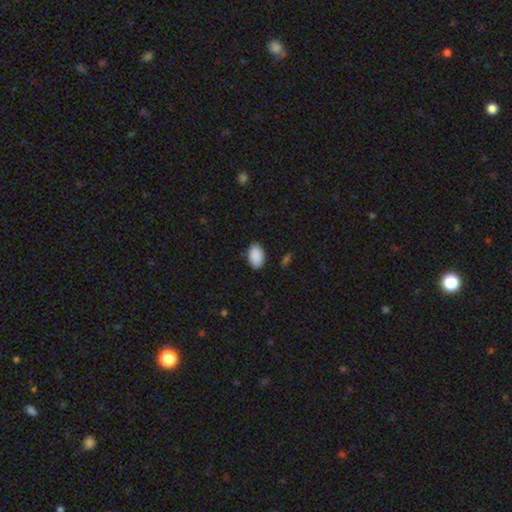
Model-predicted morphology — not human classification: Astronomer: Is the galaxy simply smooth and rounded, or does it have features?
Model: smooth — 91%.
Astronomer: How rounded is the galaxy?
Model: in between — 91%.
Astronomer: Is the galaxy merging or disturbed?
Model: none — 86%.